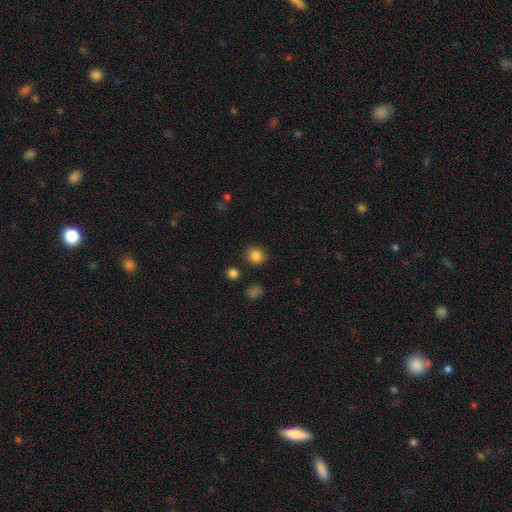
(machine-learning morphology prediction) This is clearly a smooth galaxy (85%). How rounded: clearly round (89%). Merging: clearly none (85%).